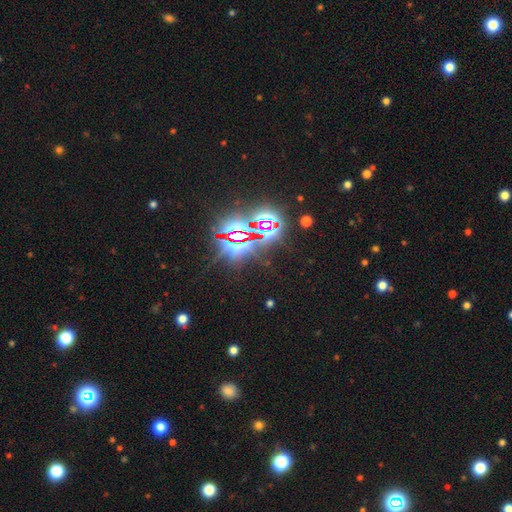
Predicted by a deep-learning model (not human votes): A star or artifact, not a galaxy (77%).